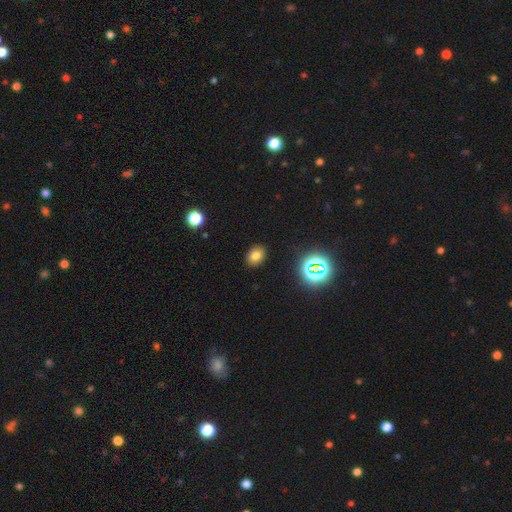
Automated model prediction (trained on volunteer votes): Overall: smooth (75%). How rounded: in between (68%; round 31%). Merging: none (88%).